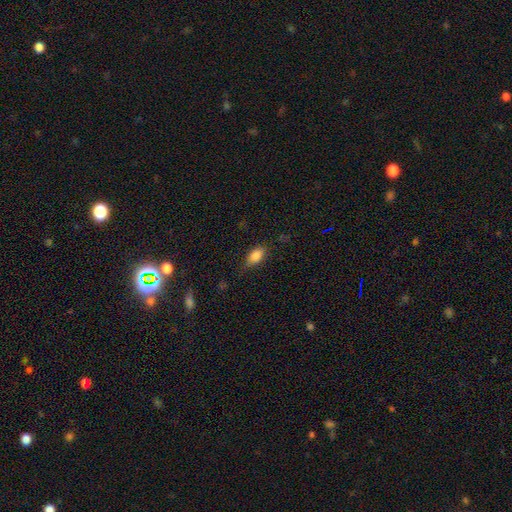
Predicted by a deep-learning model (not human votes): This appears to be a smooth galaxy with no disk features (82%) that is in between round and cigar-shaped (86%). Merging: none (69%).